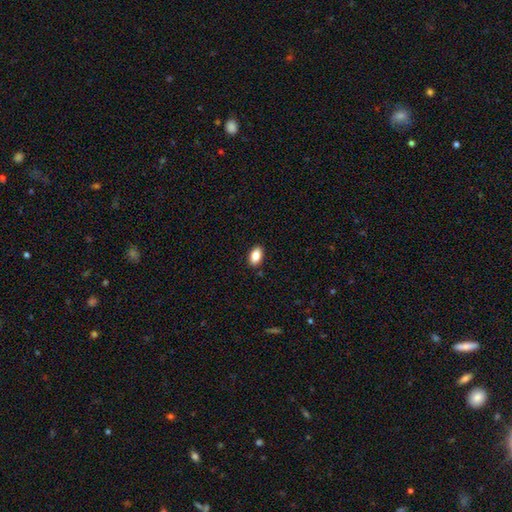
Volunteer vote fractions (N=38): Smooth or featured? 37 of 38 (97%) said smooth. How rounded? 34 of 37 (92%) said in between. Merging? 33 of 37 (89%) said none.